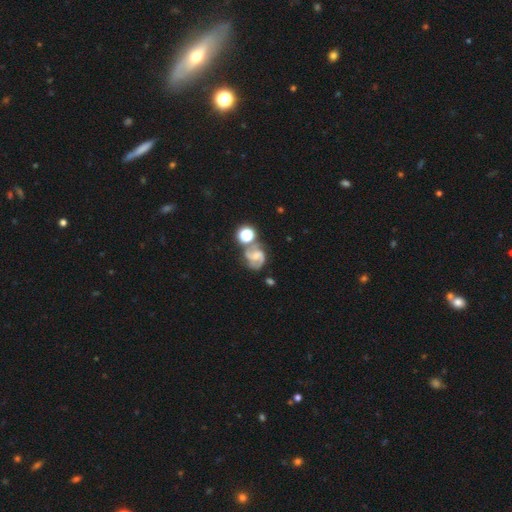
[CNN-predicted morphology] Smooth or featured?
  - featured or disk: 74% *
  - smooth: 15%
  - star or artifact: 11%
Edge-on disk?
  - no: 98% *
  - yes: 2%
Bar?
  - weak: 44% *
  - no: 42%
  - strong: 13%
Spiral arms?
  - yes: 94% *
  - no: 6%
Spiral winding?
  - medium: 55% *
  - tight: 25%
  - loose: 20%
Spiral arm count?
  - 2: 81% *
  - 3: 7%
  - can't tell: 7%
  - 1: 3%
  - 4: 2%
  - more than 4: 2%
Bulge size?
  - small: 49% *
  - moderate: 34%
  - none: 11%
  - large: 4%
  - dominant: 2%
Merging?
  - none: 51% *
  - merger: 21%
  - minor disturbance: 18%
  - major disturbance: 10%